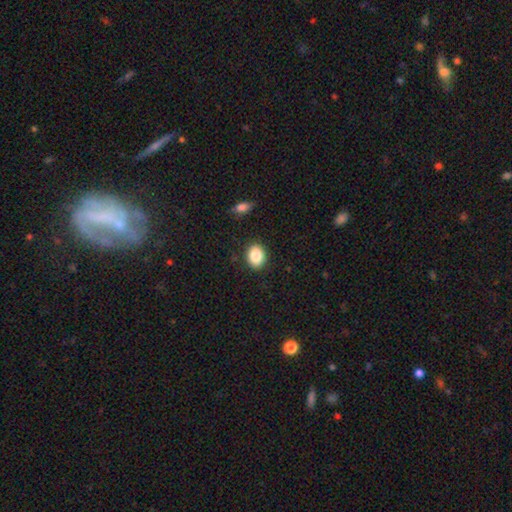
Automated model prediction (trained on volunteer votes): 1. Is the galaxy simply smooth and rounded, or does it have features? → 87% smooth, 8% star or artifact, 5% featured or disk.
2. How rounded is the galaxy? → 57% in between, 41% round, 1% cigar-shaped.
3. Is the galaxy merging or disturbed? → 88% none, 8% minor disturbance, 2% major disturbance, 2% merger.